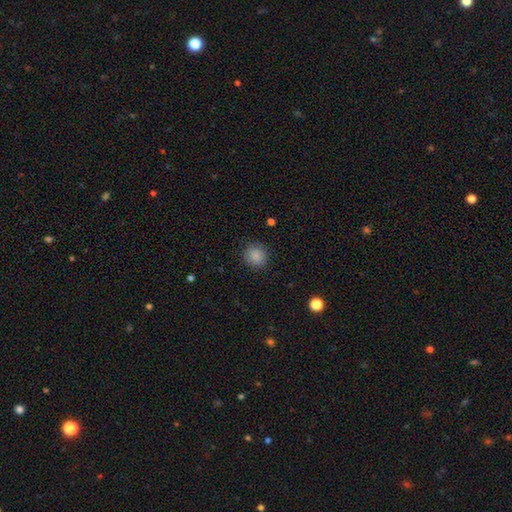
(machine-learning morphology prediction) Smooth or featured? smooth (87%)
How rounded? round (90%)
Merging? none (87%)